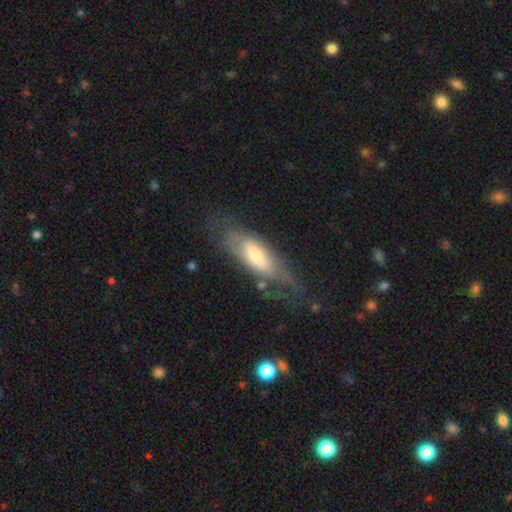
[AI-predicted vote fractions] Q: Smooth or featured?
A: featured or disk (49%); runner-up: smooth (44%)
Q: Merging?
A: none (55%); runner-up: minor disturbance (24%)